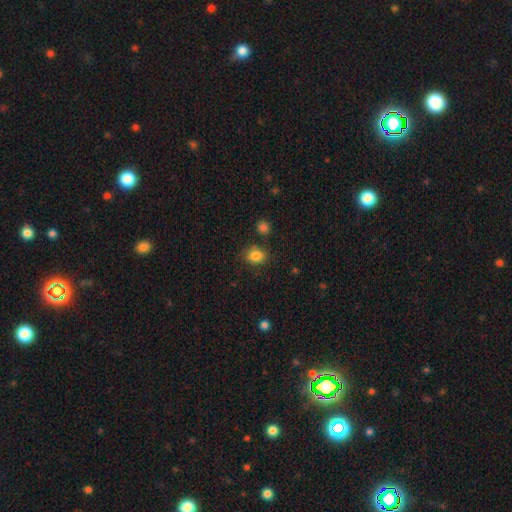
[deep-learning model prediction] Smooth or featured? Predicted: smooth (p=0.84). How rounded? Predicted: round (p=0.57). Merging? Predicted: none (p=0.77).